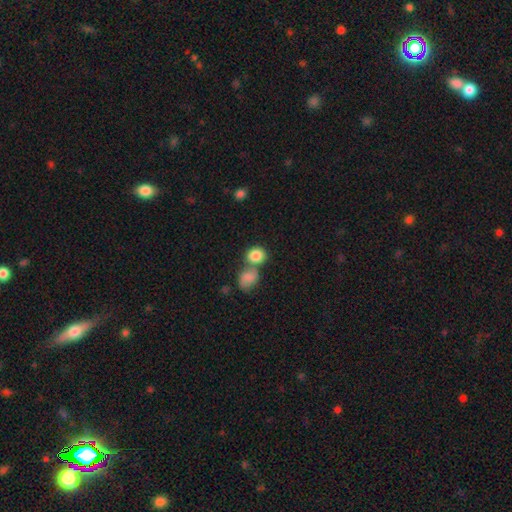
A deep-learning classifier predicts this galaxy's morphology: smooth_or_featured: smooth (p=0.84) [alt: star or artifact p=0.08]
how_rounded: round (p=0.70) [alt: in between p=0.29]
merging: merger (p=0.47) [alt: none p=0.41]